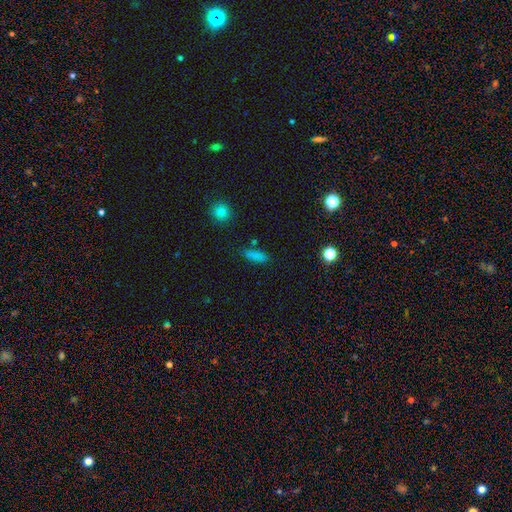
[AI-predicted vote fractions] Smooth or featured? Predicted: smooth (p=0.82). How rounded? Predicted: cigar-shaped (p=0.50). Merging? Predicted: none (p=0.80).